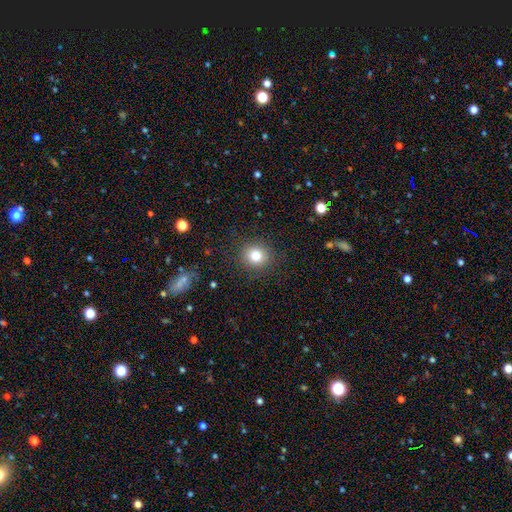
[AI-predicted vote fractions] This is clearly a smooth galaxy (81%). How rounded: clearly round (84%). Merging: clearly none (88%).